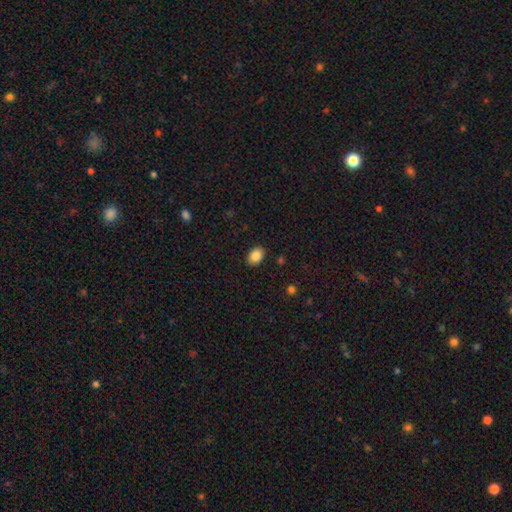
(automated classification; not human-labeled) A smooth galaxy with no disk features (86%) that is in between round and cigar-shaped (74%). Merging: none (89%).